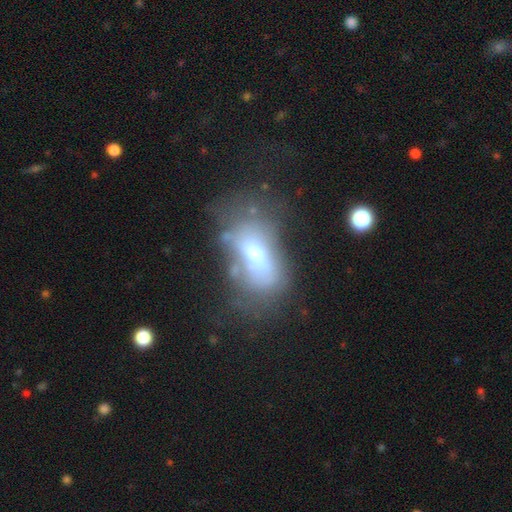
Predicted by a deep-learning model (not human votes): This appears to be a smooth galaxy with no disk features (51%) that is in between round and cigar-shaped (82%). Merging: none (37%).